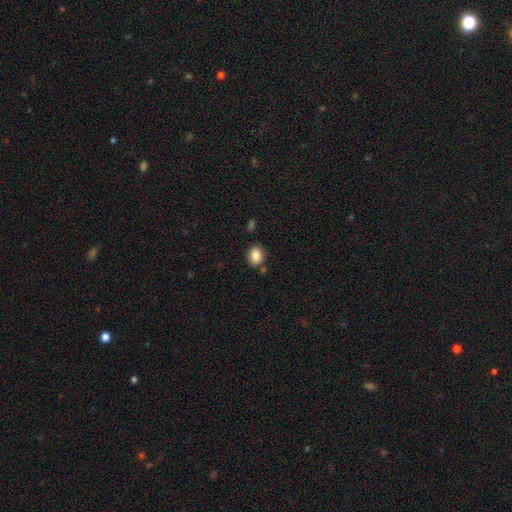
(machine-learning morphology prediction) Smooth or featured? smooth (85%)
How rounded? round (52%)
Merging? none (80%)